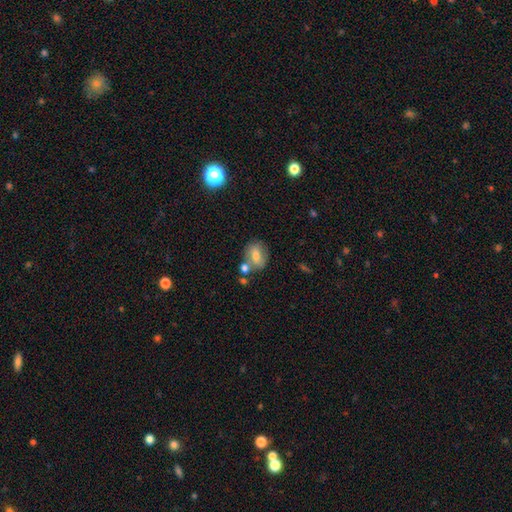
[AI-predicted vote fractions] This is likely a smooth galaxy (66%). How rounded: likely in between (60%). Merging: possibly none (59%).